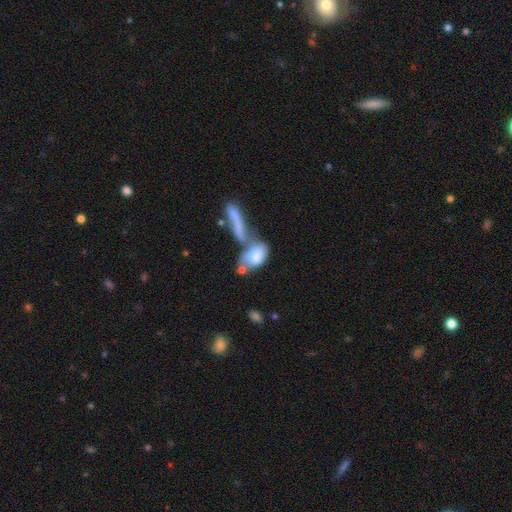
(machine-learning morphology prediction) Smooth or featured: smooth — 70% (featured or disk — 24%)
How rounded: in between — 86% (cigar-shaped — 8%)
Merging: merger — 55% (none — 20%)